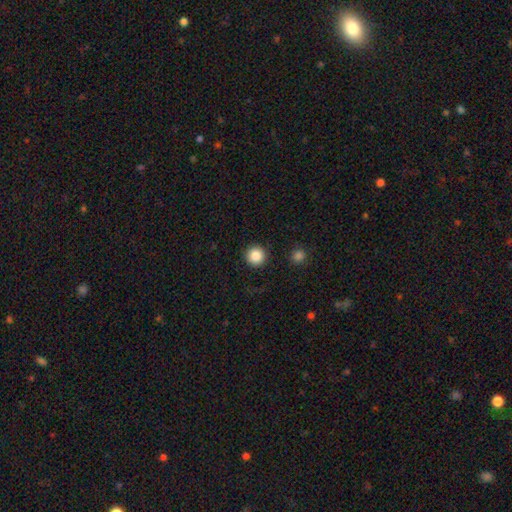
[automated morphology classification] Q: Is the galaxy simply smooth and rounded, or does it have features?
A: smooth — 86%.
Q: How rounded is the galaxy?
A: round — 96%.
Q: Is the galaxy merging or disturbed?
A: none — 91%.